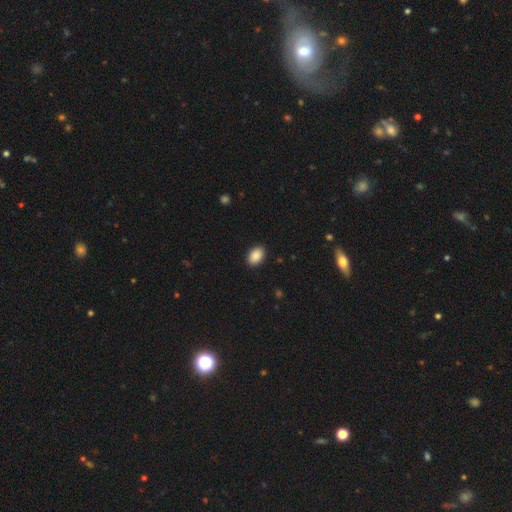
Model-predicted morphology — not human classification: smooth_or_featured: smooth (p=0.89) [alt: star or artifact p=0.08]
how_rounded: in between (p=0.86) [alt: round p=0.13]
merging: none (p=0.90) [alt: minor disturbance p=0.07]